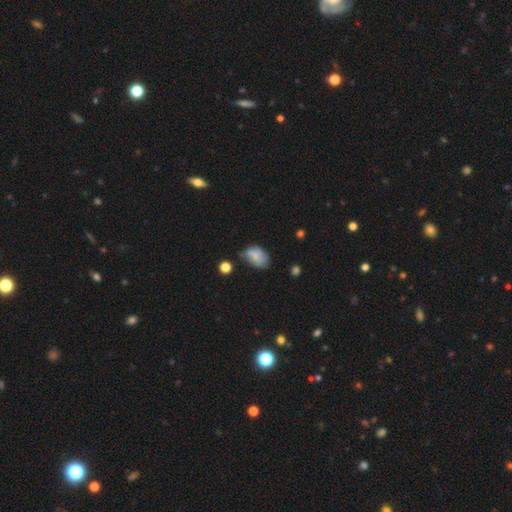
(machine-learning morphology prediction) A smooth galaxy with no disk features (62%) that is in between round and cigar-shaped (80%). Merging: none (38%).